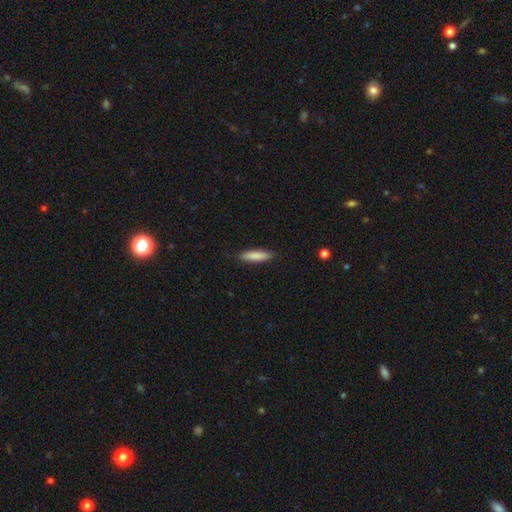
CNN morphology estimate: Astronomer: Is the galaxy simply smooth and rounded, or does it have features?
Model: smooth — 84%.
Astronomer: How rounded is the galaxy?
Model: cigar-shaped — 73%.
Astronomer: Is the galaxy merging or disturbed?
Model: none — 85%.